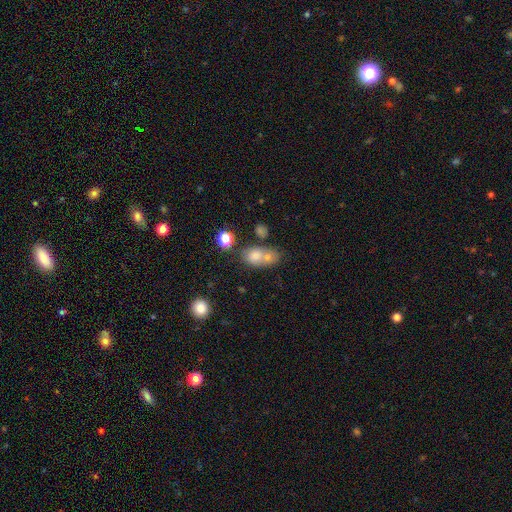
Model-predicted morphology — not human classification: This appears to be a smooth galaxy with no disk features (70%) that is in between round and cigar-shaped (58%). Merging: merger (52%).